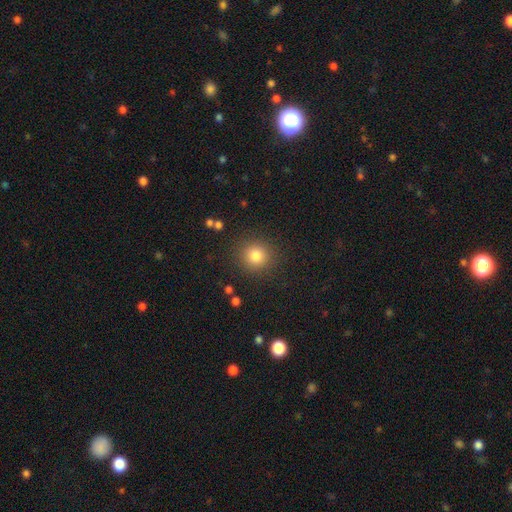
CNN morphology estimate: smooth-or-featured: smooth: 81% | star or artifact: 12% | featured or disk: 6%
  how-rounded: round: 91% | in between: 8% | cigar-shaped: 1%
  merging: none: 88% | minor disturbance: 7% | major disturbance: 3% | merger: 2%